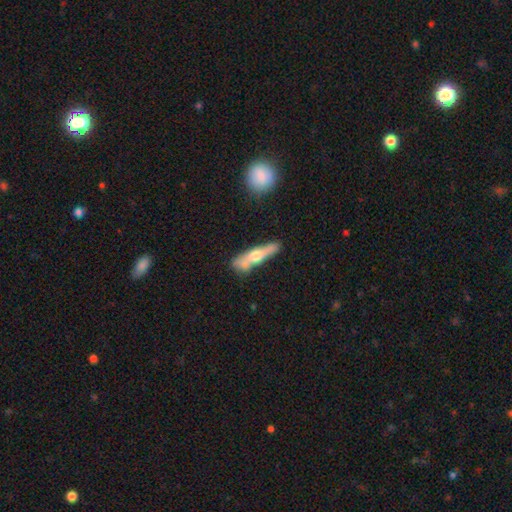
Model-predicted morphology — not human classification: smooth_or_featured: featured or disk (p=0.50) [alt: smooth p=0.44]
disk_edge_on: yes (p=0.87) [alt: no p=0.13]
merging: none (p=0.65) [alt: minor disturbance p=0.19]